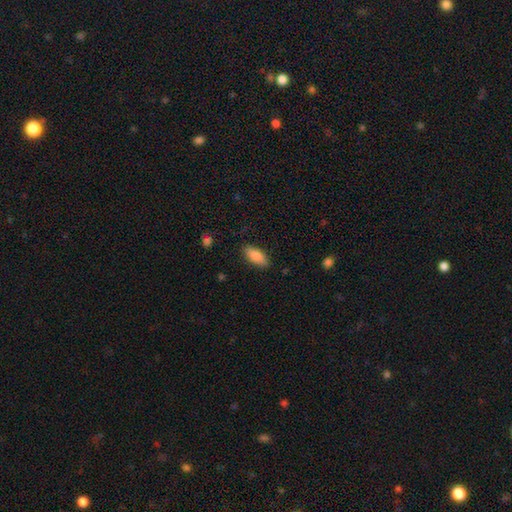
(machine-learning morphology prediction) type=smooth (84%); roundness=in between (79%); merging=none (86%).